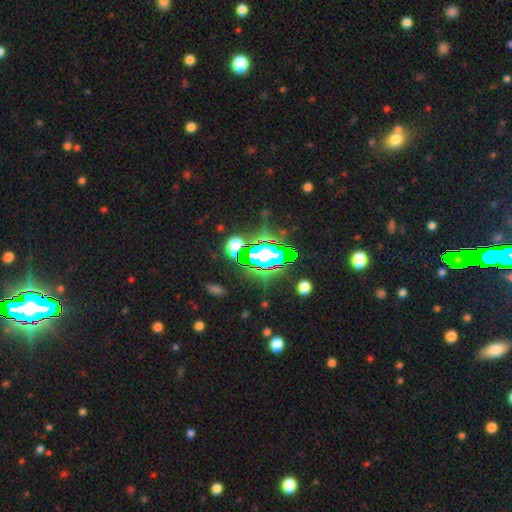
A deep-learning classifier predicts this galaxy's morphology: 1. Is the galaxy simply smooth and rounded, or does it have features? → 71% star or artifact, 17% smooth, 12% featured or disk.